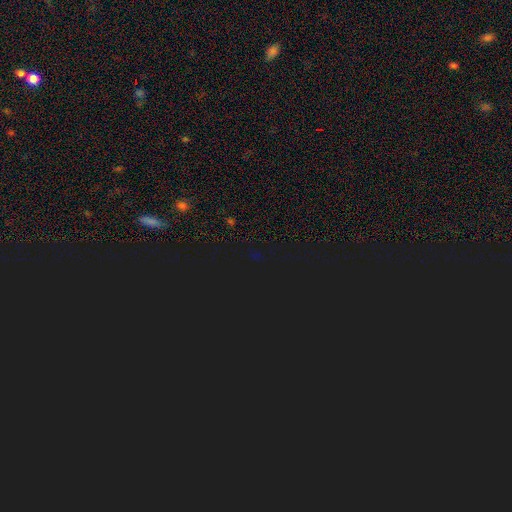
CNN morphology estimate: star or artifact 80%, smooth 14%, featured or disk 6%.